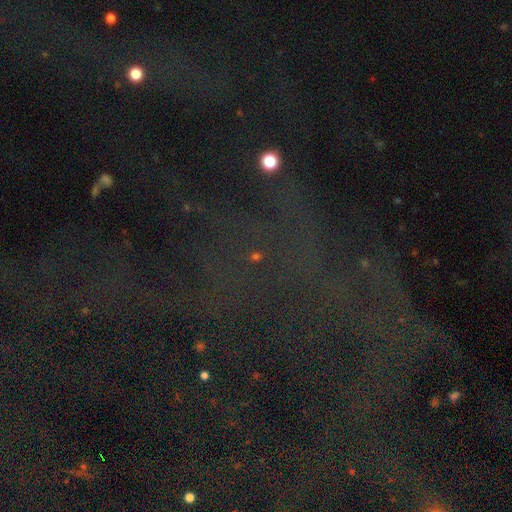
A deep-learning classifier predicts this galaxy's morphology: A star or artifact, not a galaxy (77%).

Vote fractions:
- Smooth or featured? star or artifact: 77% / smooth: 13% / featured or disk: 10%